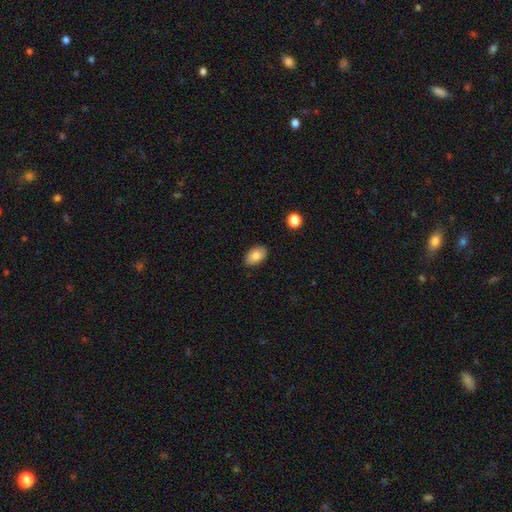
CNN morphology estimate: Overall: smooth (82%). How rounded: in between (91%). Merging: none (85%).